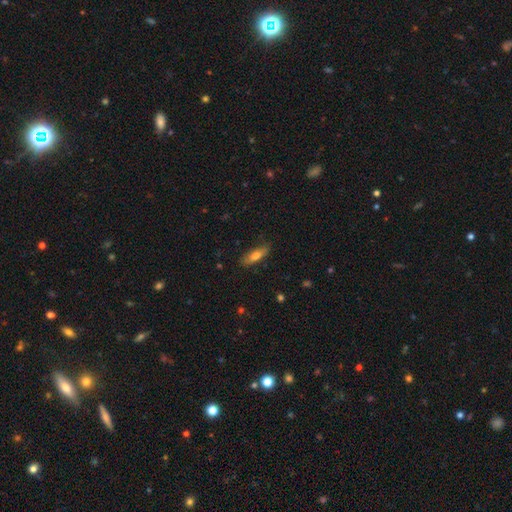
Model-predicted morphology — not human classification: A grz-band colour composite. It shows a smooth galaxy with no disk features (68%) that is in between round and cigar-shaped (50%). Merging: none (82%).